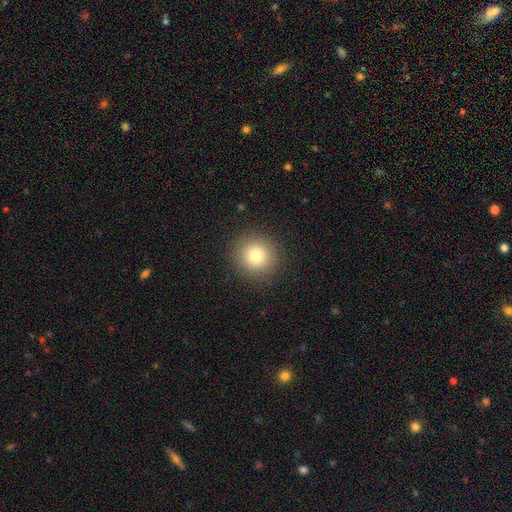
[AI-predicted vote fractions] smooth_or_featured: smooth (p=0.79) [alt: star or artifact p=0.12]
how_rounded: round (p=0.93) [alt: in between p=0.06]
merging: none (p=0.90) [alt: minor disturbance p=0.06]